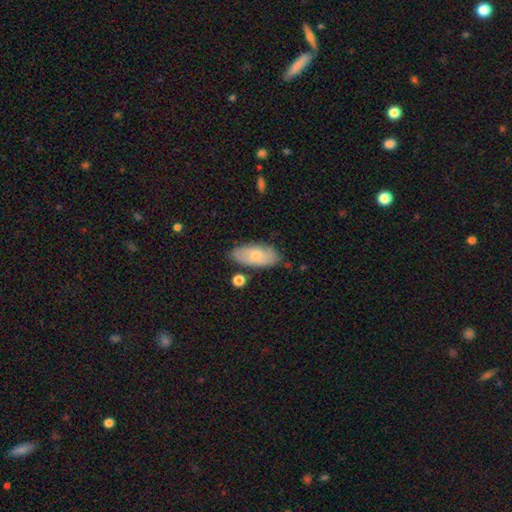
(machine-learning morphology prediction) The model was most divided on "smooth or featured": smooth: 69%, featured or disk: 25%, star or artifact: 6%. More confident: how rounded — in between (90%); merging — none (75%).